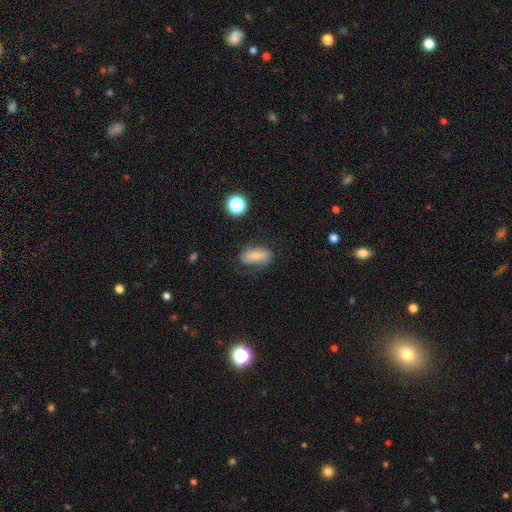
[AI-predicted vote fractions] This is likely a smooth galaxy (67%). How rounded: clearly in between (87%). Merging: likely none (60%).